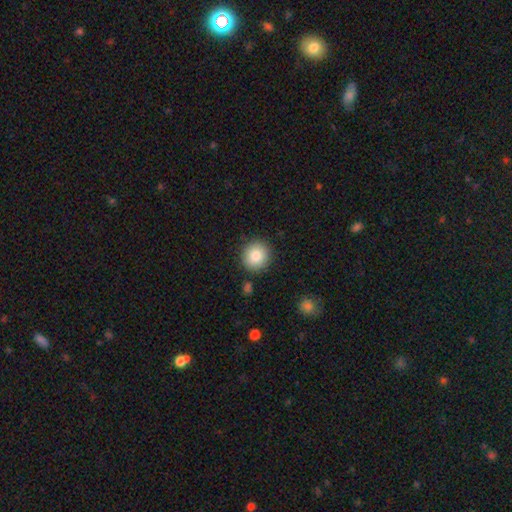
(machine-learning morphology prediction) The model was most divided on "smooth or featured": smooth: 85%, star or artifact: 8%, featured or disk: 7%. More confident: how rounded — round (91%); merging — none (88%).